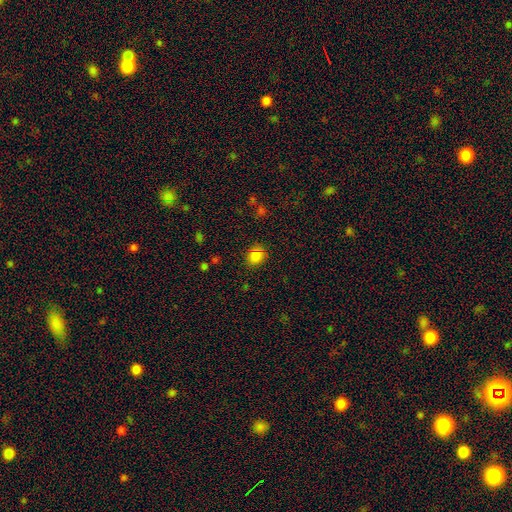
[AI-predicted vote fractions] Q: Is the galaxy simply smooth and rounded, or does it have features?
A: smooth — 83%.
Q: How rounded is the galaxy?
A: round — 59%.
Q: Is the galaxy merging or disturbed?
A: none — 81%.